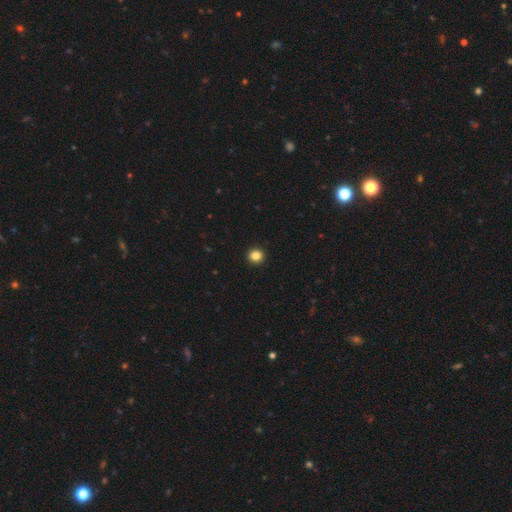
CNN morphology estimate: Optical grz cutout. It shows a smooth galaxy with no disk features (85%) that is round (91%). Merging: none (94%).